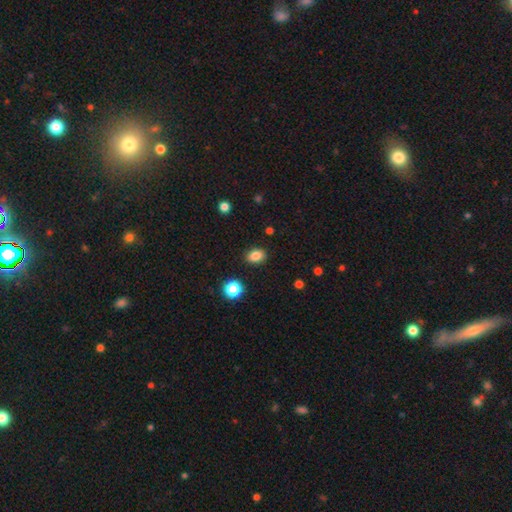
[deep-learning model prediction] Morphology: type=smooth (85%); roundness=in between (71%); merging=none (88%).